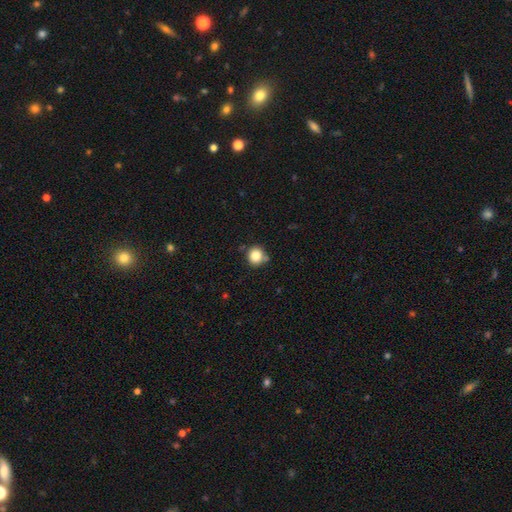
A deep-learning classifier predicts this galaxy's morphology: Overall: smooth (83%). How rounded: round (91%). Merging: none (74%).